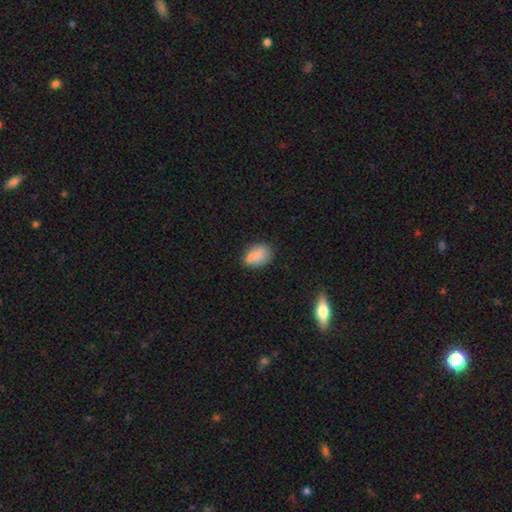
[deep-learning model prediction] A smooth galaxy with no disk features (80%) that is in between round and cigar-shaped (80%).

Vote fractions:
- Smooth or featured? smooth: 80% / featured or disk: 11% / star or artifact: 9%
- How rounded? in between: 80% / round: 17% / cigar-shaped: 3%
- Merging? none: 63% / minor disturbance: 25% / major disturbance: 6% / merger: 5%